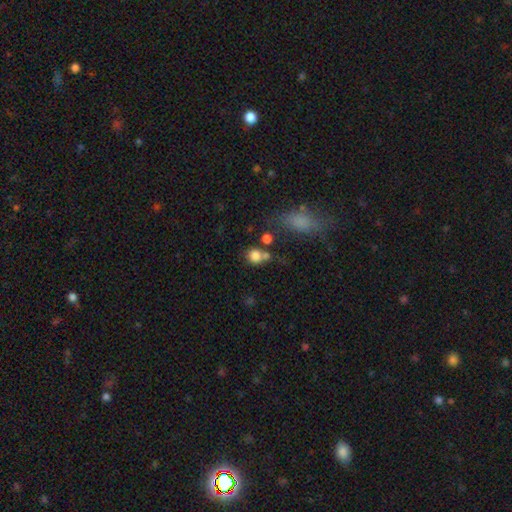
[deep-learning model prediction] Q: Smooth or featured?
A: smooth (80%); runner-up: star or artifact (12%)
Q: How rounded?
A: round (82%); runner-up: in between (16%)
Q: Merging?
A: none (52%); runner-up: merger (29%)